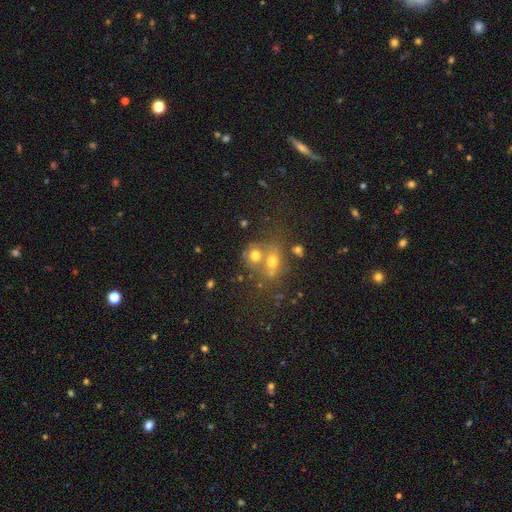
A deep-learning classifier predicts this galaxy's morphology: type=smooth (58%); roundness=round (64%); merging=merger (52%).